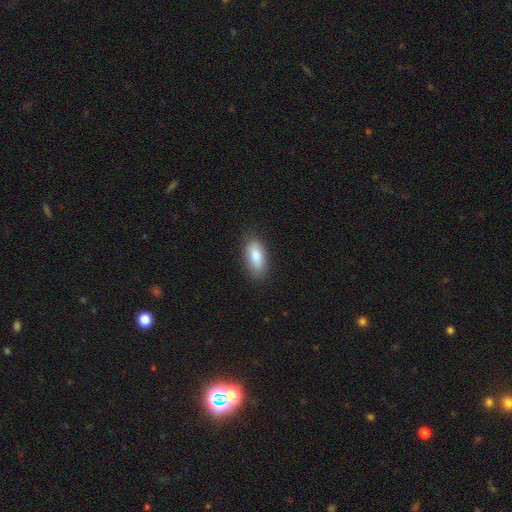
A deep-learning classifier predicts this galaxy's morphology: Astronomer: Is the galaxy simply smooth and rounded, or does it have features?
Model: smooth — 85%.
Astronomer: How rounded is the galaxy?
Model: in between — 85%.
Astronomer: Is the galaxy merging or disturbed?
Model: none — 84%.